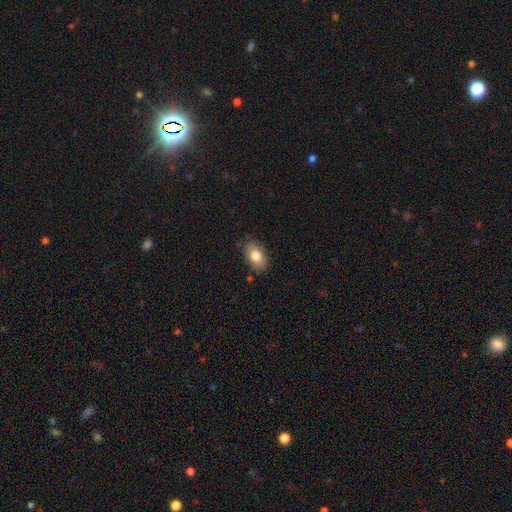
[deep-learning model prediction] This is clearly a smooth galaxy (82%). How rounded: clearly in between (89%). Merging: clearly none (81%).